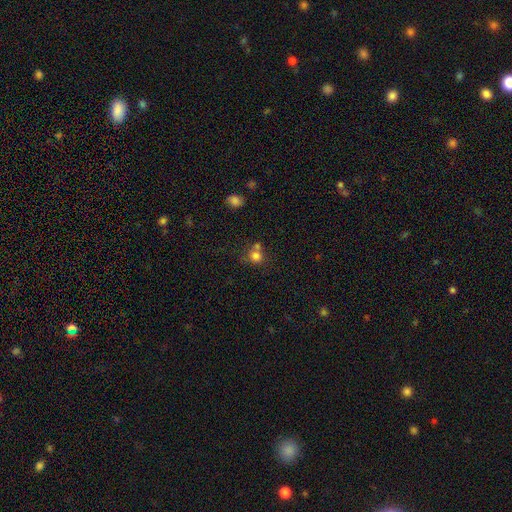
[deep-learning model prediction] A smooth galaxy with no disk features (78%) that is round (85%).

Vote fractions:
- Smooth or featured? smooth: 78% / star or artifact: 13% / featured or disk: 8%
- How rounded? round: 85% / in between: 14% / cigar-shaped: 1%
- Merging? none: 53% / merger: 31% / minor disturbance: 11% / major disturbance: 4%